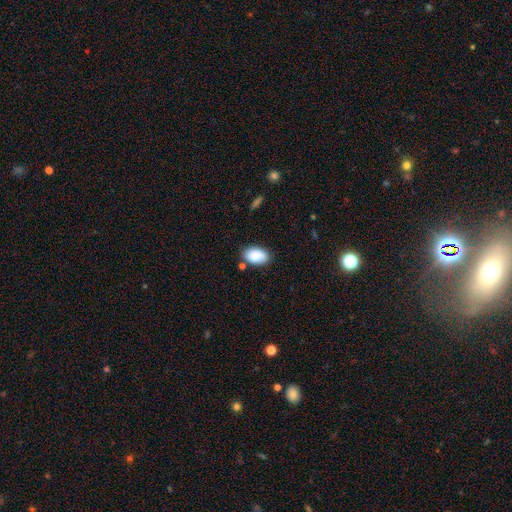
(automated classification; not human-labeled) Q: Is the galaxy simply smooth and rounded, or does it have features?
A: smooth — 88%.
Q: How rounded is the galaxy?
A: in between — 92%.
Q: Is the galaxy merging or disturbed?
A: none — 77%.